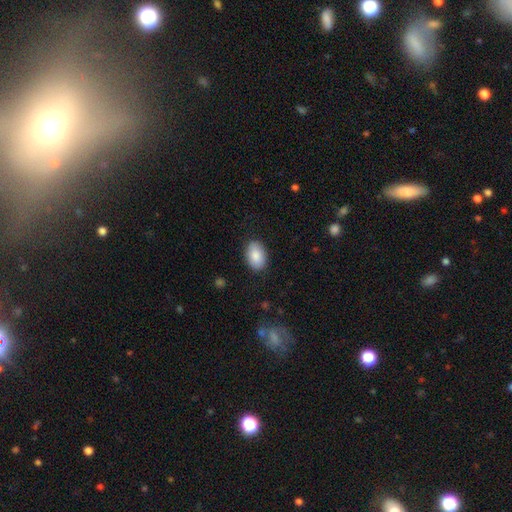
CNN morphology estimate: smooth-or-featured: smooth: 86% | featured or disk: 7% | star or artifact: 6%
  how-rounded: in between: 87% | round: 11% | cigar-shaped: 1%
  merging: none: 86% | minor disturbance: 11% | major disturbance: 3% | merger: 1%